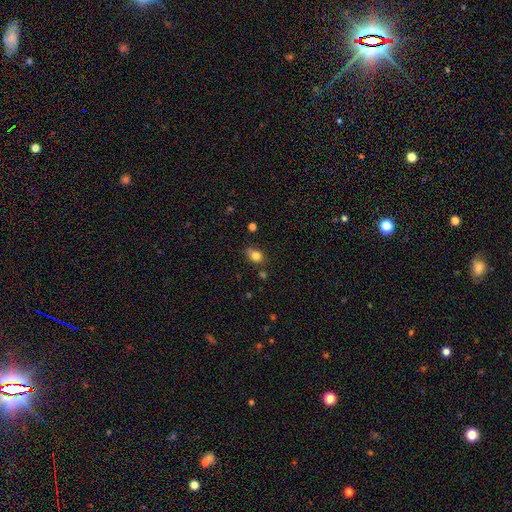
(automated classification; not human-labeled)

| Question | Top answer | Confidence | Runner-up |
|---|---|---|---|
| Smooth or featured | smooth | 81% | star or artifact (11%) |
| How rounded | in between | 61% | round (38%) |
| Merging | none | 65% | minor disturbance (23%) |